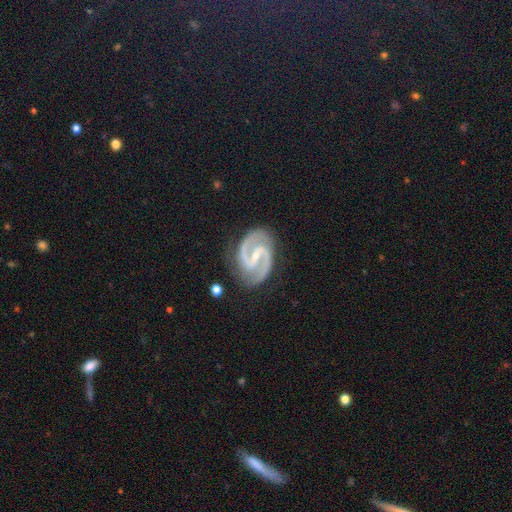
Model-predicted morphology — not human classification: Smooth or featured: featured or disk — 93% (star or artifact — 4%)
Edge-on disk: no — 98% (yes — 2%)
Bar: strong — 43% (weak — 40%)
Spiral arms: yes — 99% (no — 1%)
Spiral winding: medium — 63% (tight — 26%)
Spiral arm count: 2 — 94% (3 — 1%)
Bulge size: small — 73% (moderate — 21%)
Merging: none — 82% (minor disturbance — 13%)